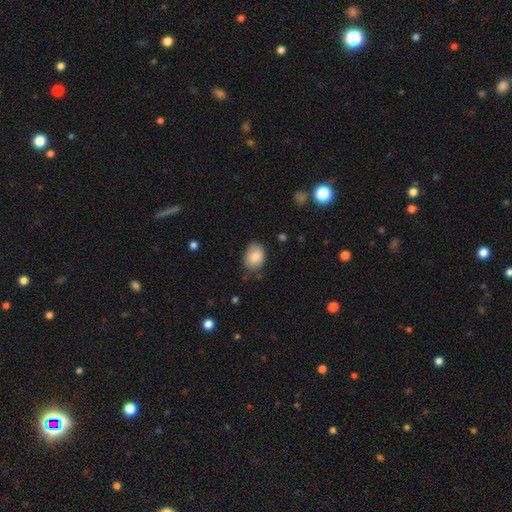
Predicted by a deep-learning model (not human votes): A smooth galaxy with no disk features (86%) that is in between round and cigar-shaped (75%).

Vote fractions:
- Smooth or featured? smooth: 86% / featured or disk: 7% / star or artifact: 7%
- How rounded? in between: 75% / round: 24% / cigar-shaped: 1%
- Merging? none: 74% / minor disturbance: 21% / major disturbance: 4% / merger: 2%